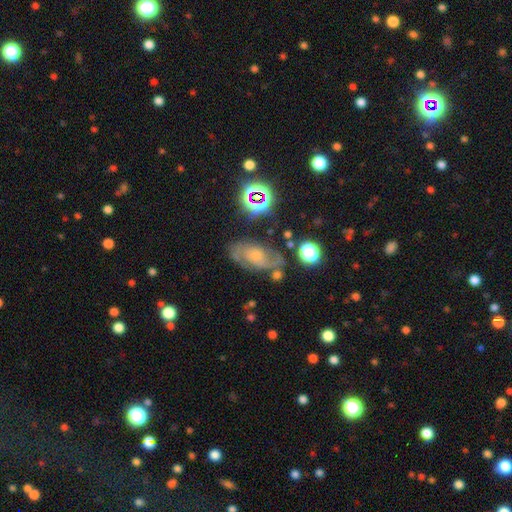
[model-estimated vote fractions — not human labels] Smooth or featured? Predicted: featured or disk (p=0.68). Edge-on disk? Predicted: no (p=0.94). Bar? Predicted: no (p=0.63). Spiral arms? Predicted: yes (p=0.89). Spiral winding? Predicted: medium (p=0.45). Spiral arm count? Predicted: 2 (p=0.70). Bulge size? Predicted: small (p=0.51). Merging? Predicted: none (p=0.70).